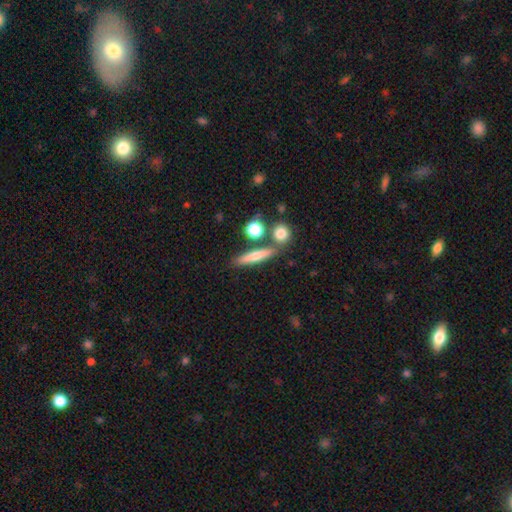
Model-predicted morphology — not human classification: smooth_or_featured: smooth (p=0.59) [alt: featured or disk p=0.32]
how_rounded: cigar-shaped (p=0.75) [alt: in between p=0.16]
merging: none (p=0.75) [alt: merger p=0.12]